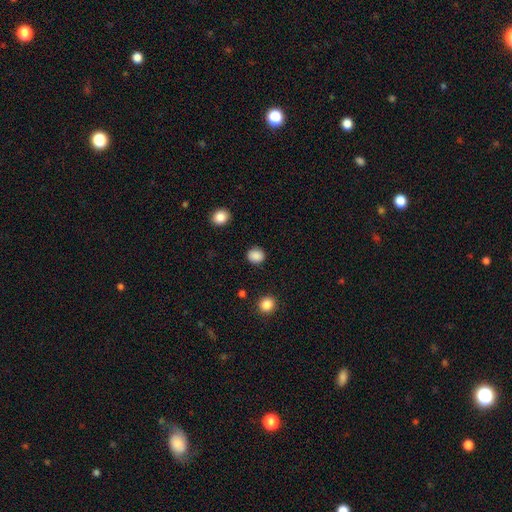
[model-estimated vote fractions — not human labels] Morphology: type=smooth (88%); roundness=round (80%); merging=none (89%).